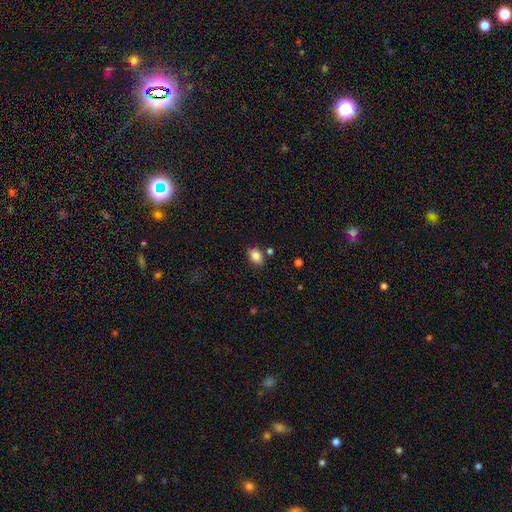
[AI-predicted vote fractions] smooth-or-featured: smooth: 85% | star or artifact: 9% | featured or disk: 6%
  how-rounded: in between: 77% | round: 22% | cigar-shaped: 1%
  merging: none: 80% | minor disturbance: 12% | merger: 5% | major disturbance: 3%